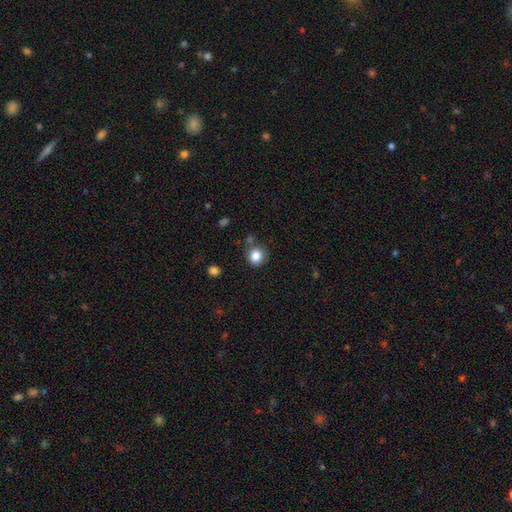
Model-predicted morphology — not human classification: This appears to be a smooth galaxy with no disk features (84%) that is round (87%). Merging: none (78%).